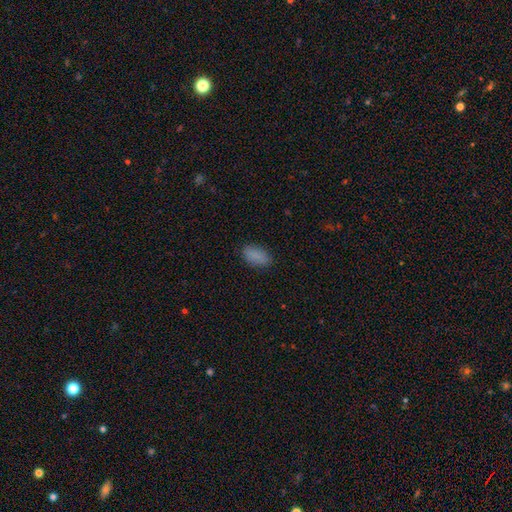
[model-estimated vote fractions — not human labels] This appears to be a smooth galaxy with no disk features (86%) that is in between round and cigar-shaped (91%). Merging: none (85%).